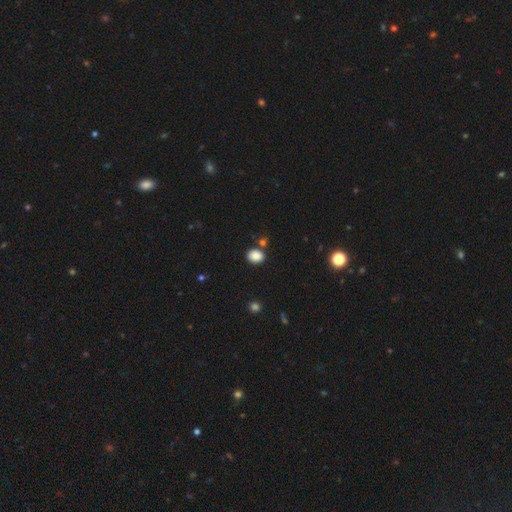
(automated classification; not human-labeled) Smooth or featured?
  - smooth: 86% *
  - star or artifact: 10%
  - featured or disk: 4%
How rounded?
  - in between: 52% *
  - round: 47%
  - cigar-shaped: 1%
Merging?
  - none: 75% *
  - minor disturbance: 11%
  - merger: 10%
  - major disturbance: 3%